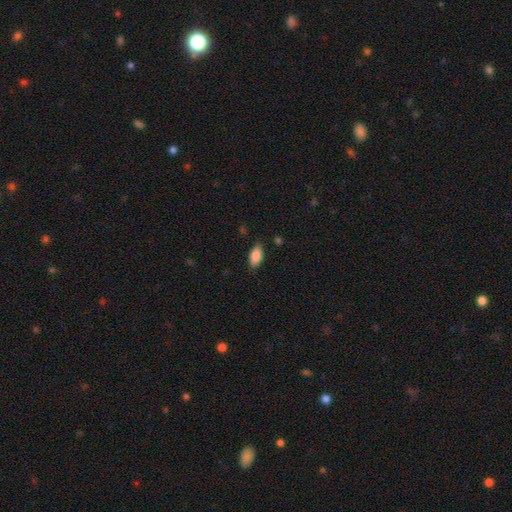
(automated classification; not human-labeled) Smooth or featured? Predicted: smooth (p=0.86). How rounded? Predicted: in between (p=0.88). Merging? Predicted: none (p=0.84).